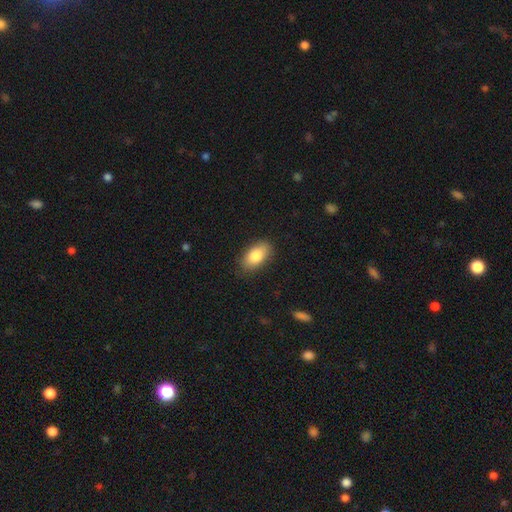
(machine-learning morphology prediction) Q: Smooth or featured?
A: smooth (83%); runner-up: featured or disk (10%)
Q: How rounded?
A: in between (92%); runner-up: round (5%)
Q: Merging?
A: none (83%); runner-up: minor disturbance (13%)